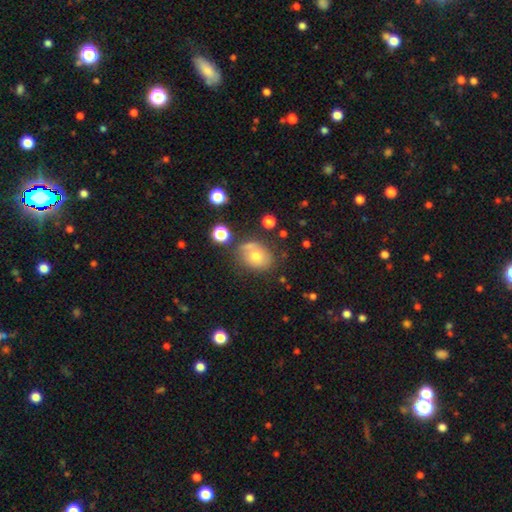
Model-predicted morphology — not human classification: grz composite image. It shows a smooth galaxy with no disk features (62%) that is in between round and cigar-shaped (51%). Merging: none (58%).